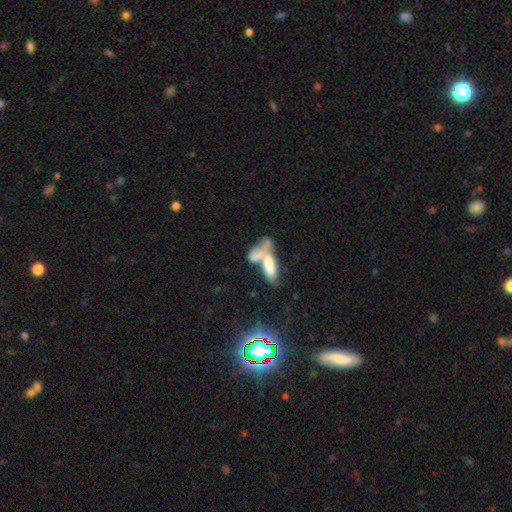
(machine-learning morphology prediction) type=smooth (63%); roundness=in between (73%); merging=merger (70%).